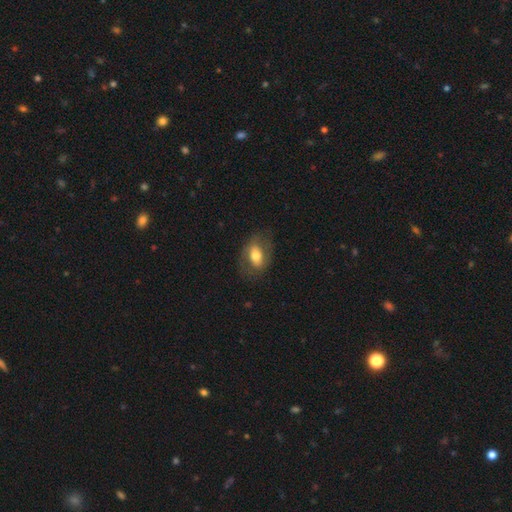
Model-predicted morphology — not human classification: type=smooth (54%); roundness=in between (80%); merging=none (71%).